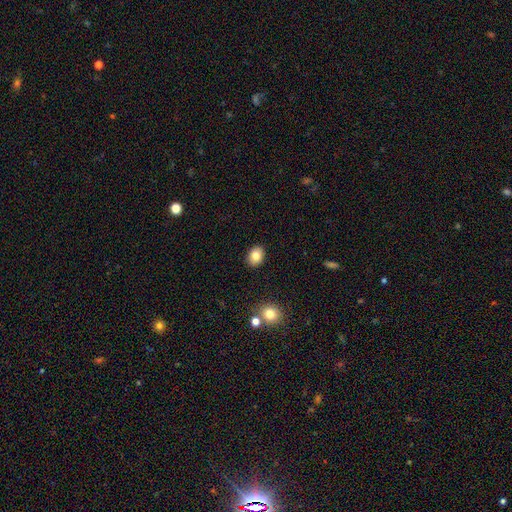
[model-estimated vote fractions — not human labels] A smooth galaxy with no disk features (82%) that is in between round and cigar-shaped (57%). Merging: none (89%).